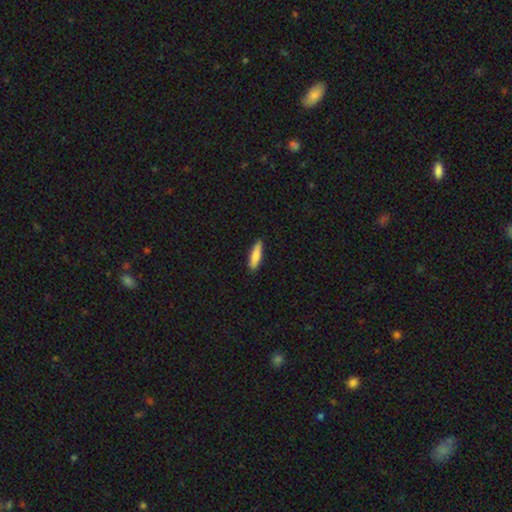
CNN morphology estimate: smooth-or-featured: smooth: 81% | featured or disk: 13% | star or artifact: 6%
  how-rounded: cigar-shaped: 71% | in between: 27% | round: 2%
  merging: none: 89% | minor disturbance: 8% | major disturbance: 2% | merger: 1%